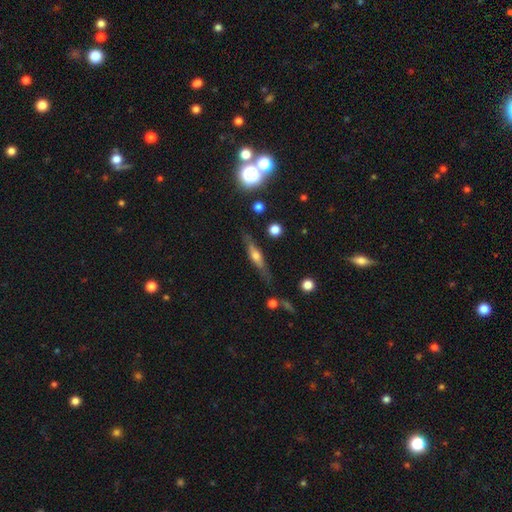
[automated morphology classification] featured or disk 59%, smooth 34%, star or artifact 7%. Down the decision tree: edge-on disk — yes (91%); edge-on bulge — rounded (86%); merging — none (76%).